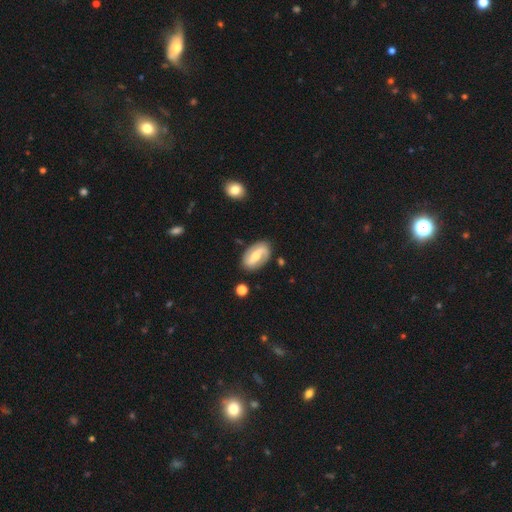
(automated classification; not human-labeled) smooth-or-featured: featured or disk: 75% | smooth: 19% | star or artifact: 5%
  disk-edge-on: no: 95% | yes: 5%
    bar: strong: 48% | weak: 34% | no: 18%
    has-spiral-arms: yes: 86% | no: 14%
      spiral-winding: medium: 38% (tied) | loose: 38% (tied) | tight: 24%
      spiral-arm-count: 2: 87% | can't tell: 6% | 1: 4% | 3: 1% | 4: 1% | more than 4: 1%
    bulge-size: moderate: 64% | small: 26% | large: 7% | none: 2% | dominant: 1%
  merging: none: 83% | minor disturbance: 12% | major disturbance: 3% | merger: 2%